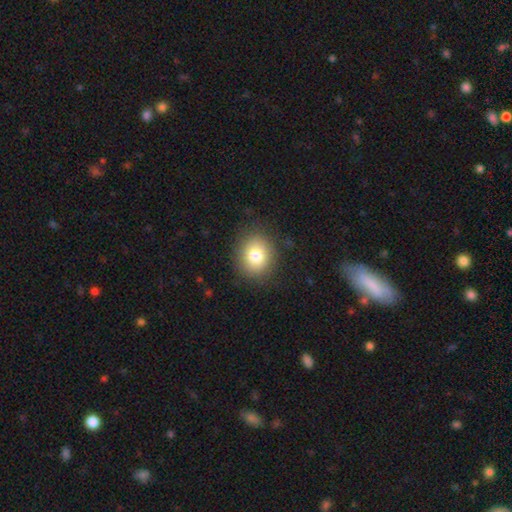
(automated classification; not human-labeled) Morphology: type=smooth (80%); roundness=round (65%); merging=none (87%).